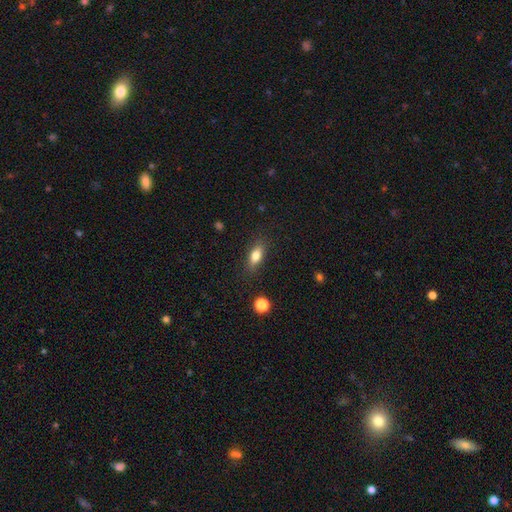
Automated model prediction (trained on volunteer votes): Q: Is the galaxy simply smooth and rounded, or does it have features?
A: smooth — 77%.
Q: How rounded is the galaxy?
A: in between — 75%.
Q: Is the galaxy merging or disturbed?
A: none — 84%.